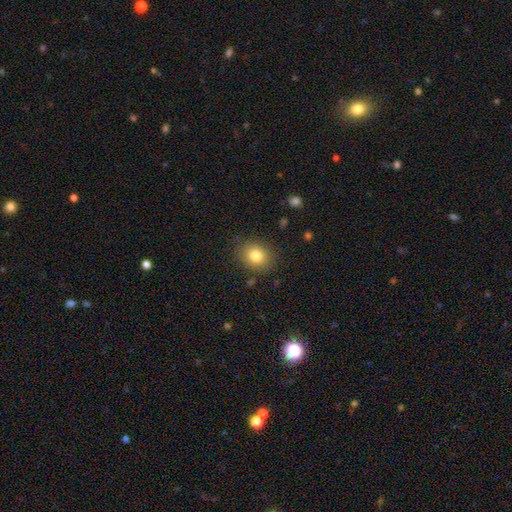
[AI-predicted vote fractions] smooth 80%, star or artifact 11%, featured or disk 9%. Down the decision tree: how rounded — round (60%); merging — none (86%).